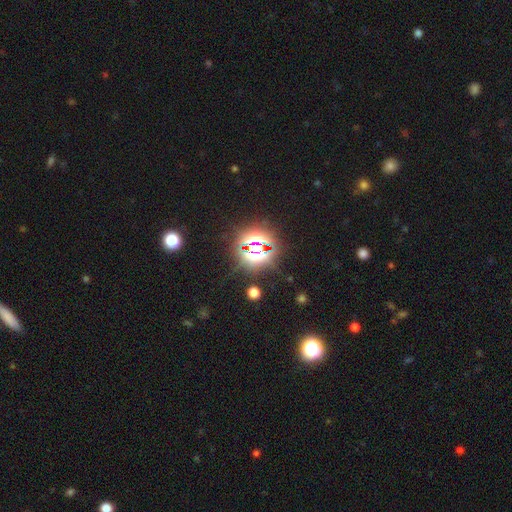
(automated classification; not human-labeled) Morphology: type=star or artifact (77%).